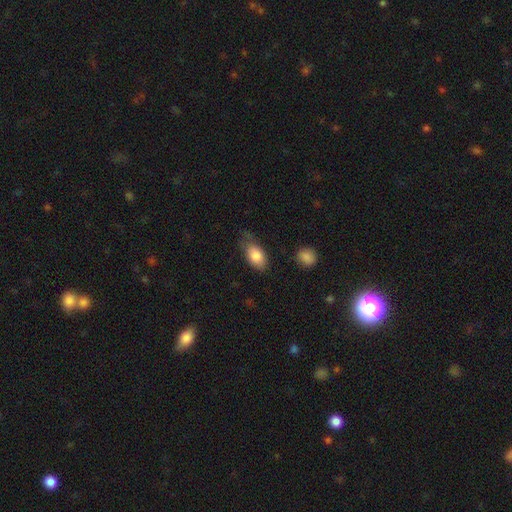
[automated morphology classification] type=smooth (84%); roundness=in between (91%); merging=none (56%).